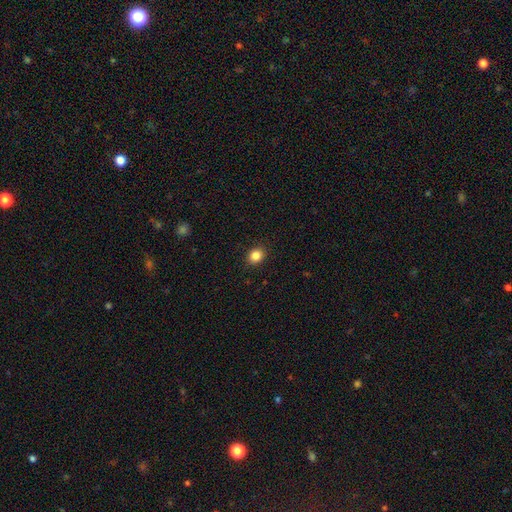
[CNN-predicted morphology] Smooth or featured? Predicted: smooth (p=0.85). How rounded? Predicted: round (p=0.64). Merging? Predicted: none (p=0.91).